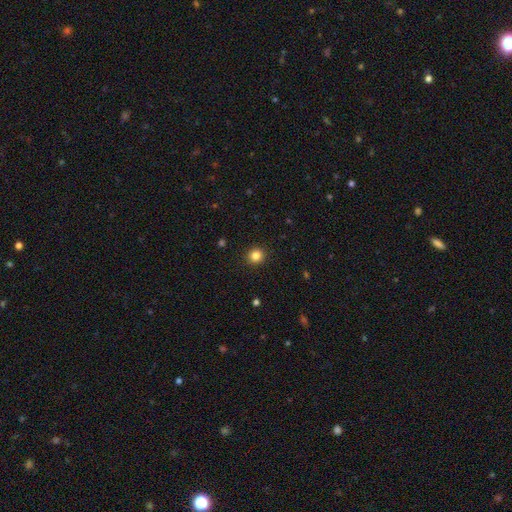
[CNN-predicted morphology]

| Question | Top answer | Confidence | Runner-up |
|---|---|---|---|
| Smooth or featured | smooth | 84% | star or artifact (11%) |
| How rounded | round | 89% | in between (10%) |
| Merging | none | 92% | minor disturbance (5%) |